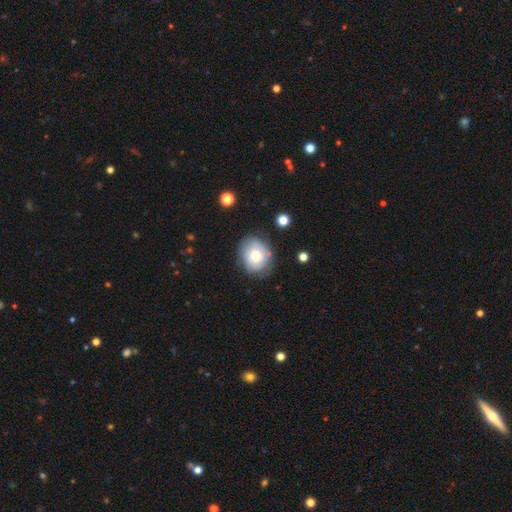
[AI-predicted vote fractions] Smooth or featured? smooth (58%)
How rounded? round (69%)
Merging? none (73%)